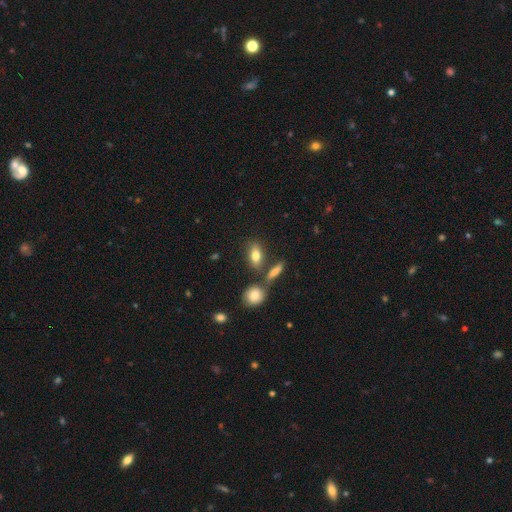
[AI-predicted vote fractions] Morphology: type=smooth (77%); roundness=in between (75%); merging=none (66%).